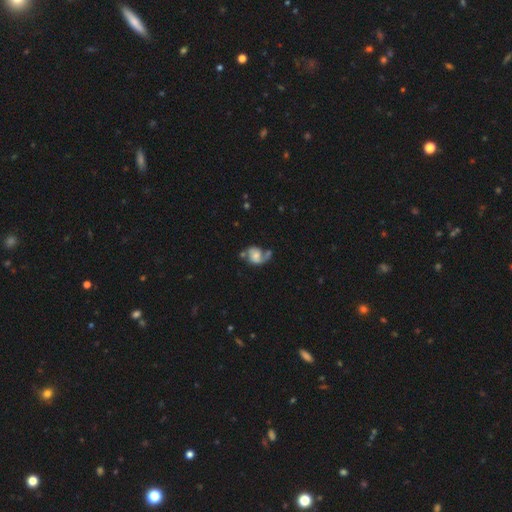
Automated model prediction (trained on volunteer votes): Morphology: type=featured or disk (63%); edge-on=no (97%); bar=no (62%); spiral arms=yes (86%); winding=loose (42%); arm count=2 (56%); bulge=moderate (34%, tied with small); merging=none (37%).